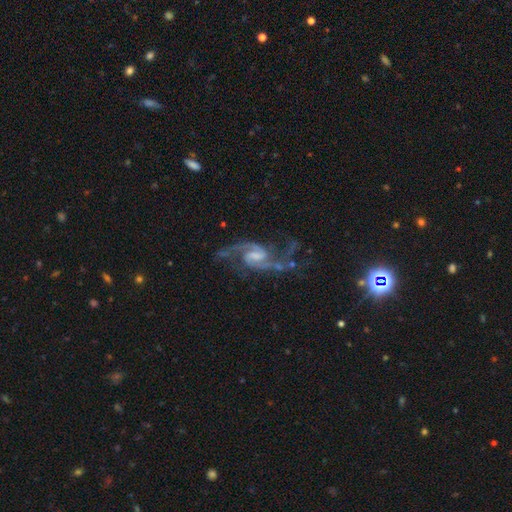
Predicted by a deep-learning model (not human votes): smooth_or_featured: featured or disk (p=0.91) [alt: star or artifact p=0.06]
disk_edge_on: no (p=0.98) [alt: yes p=0.02]
bar: weak (p=0.56) [alt: no p=0.23]
has_spiral_arms: yes (p=0.98) [alt: no p=0.02]
spiral_winding: medium (p=0.47) [alt: loose p=0.44]
spiral_arm_count: 2 (p=0.92) [alt: 3 p=0.02]
bulge_size: small (p=0.35) [alt: moderate p=0.30]
merging: none (p=0.66) [alt: minor disturbance p=0.17]